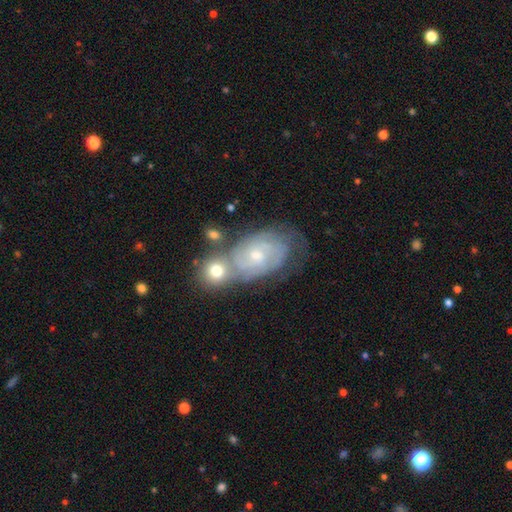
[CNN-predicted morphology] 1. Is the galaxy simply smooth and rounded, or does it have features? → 77% featured or disk, 13% smooth, 10% star or artifact.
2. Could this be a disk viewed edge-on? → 95% no, 5% yes.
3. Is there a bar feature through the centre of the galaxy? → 73% no, 21% weak, 6% strong.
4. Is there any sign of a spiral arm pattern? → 92% yes, 8% no.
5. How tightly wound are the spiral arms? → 79% tight, 17% medium, 4% loose.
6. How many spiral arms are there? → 41% can't tell, 30% 2, 14% 3, 6% 4, 5% 1, 5% more than 4.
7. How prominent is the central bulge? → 61% small, 35% moderate, 2% large, 1% none, 1% dominant.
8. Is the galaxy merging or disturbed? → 52% none, 31% merger, 13% minor disturbance, 5% major disturbance.